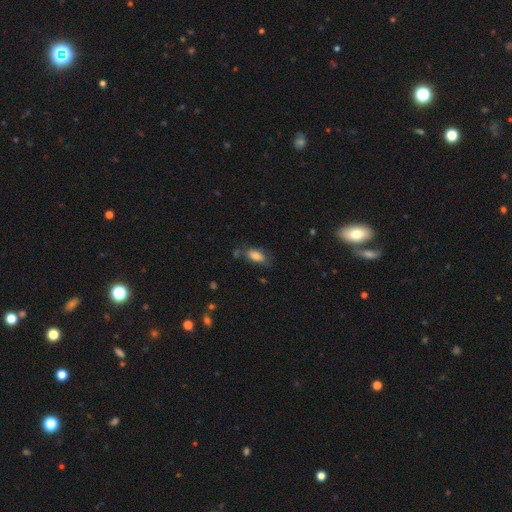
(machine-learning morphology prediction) Smooth or featured: smooth — 80% (featured or disk — 12%)
How rounded: in between — 86% (cigar-shaped — 10%)
Merging: none — 61% (minor disturbance — 23%)